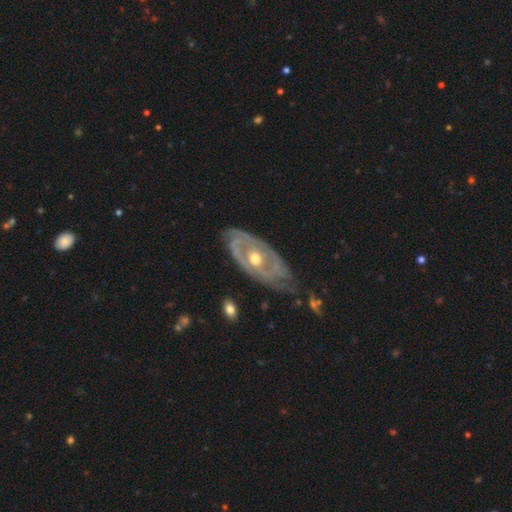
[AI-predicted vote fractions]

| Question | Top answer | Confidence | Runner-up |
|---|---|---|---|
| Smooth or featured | featured or disk | 79% | smooth (15%) |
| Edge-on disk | no | 89% | yes (11%) |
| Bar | no | 74% | weak (19%) |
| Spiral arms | yes | 60% | no (40%) |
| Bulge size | moderate | 67% | small (27%) |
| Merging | none | 67% | minor disturbance (22%) |